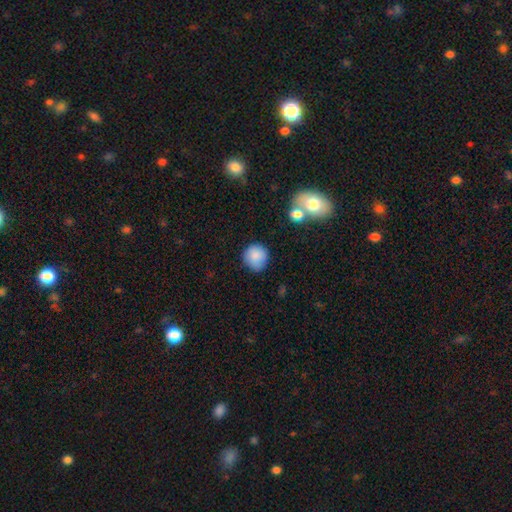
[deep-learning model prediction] Smooth or featured? Predicted: smooth (p=0.86). How rounded? Predicted: round (p=0.91). Merging? Predicted: none (p=0.77).